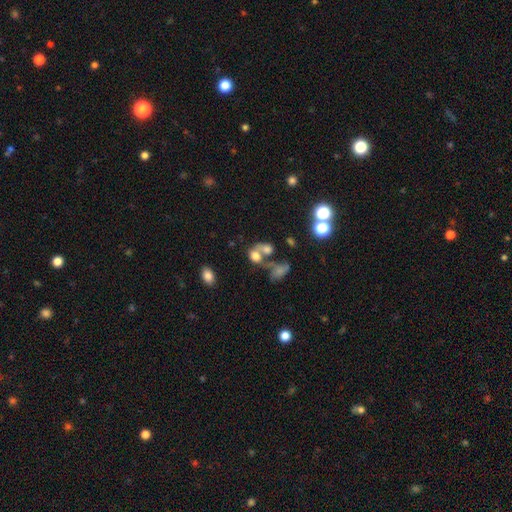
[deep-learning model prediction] Morphology: type=smooth (65%); roundness=in between (59%); merging=merger (56%).